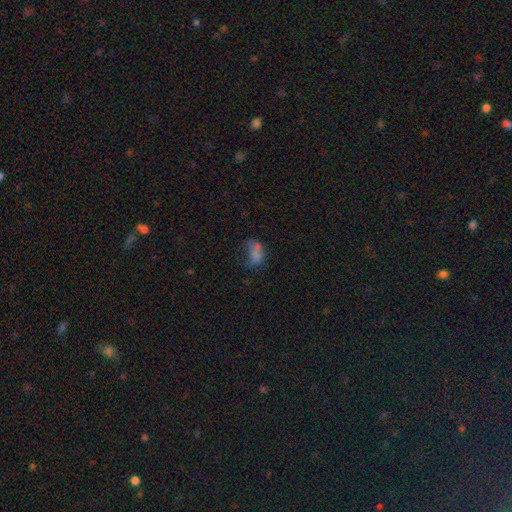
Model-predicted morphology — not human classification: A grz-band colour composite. It shows a smooth galaxy with no disk features (65%) that is in between round and cigar-shaped (84%). Merging: none (32%).